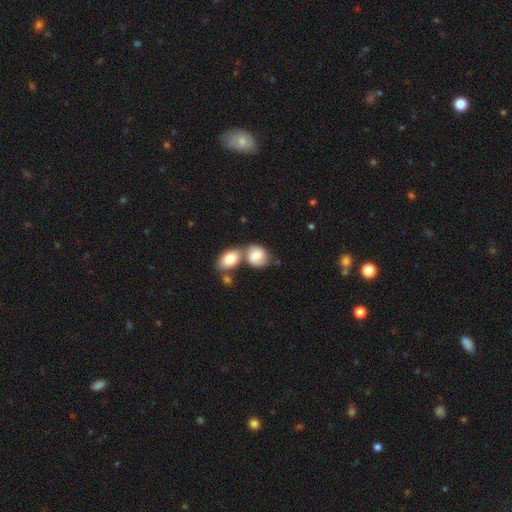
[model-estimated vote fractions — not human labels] Smooth or featured? smooth (62%)
How rounded? in between (51%)
Merging? merger (52%)